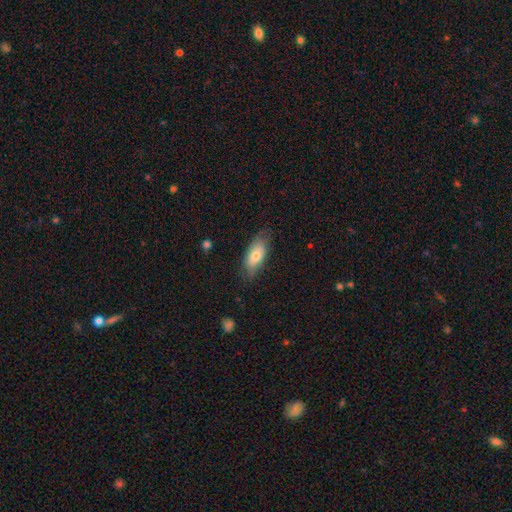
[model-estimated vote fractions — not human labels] smooth_or_featured: smooth (p=0.72) [alt: featured or disk p=0.22]
how_rounded: in between (p=0.85) [alt: cigar-shaped p=0.12]
merging: none (p=0.74) [alt: minor disturbance p=0.20]